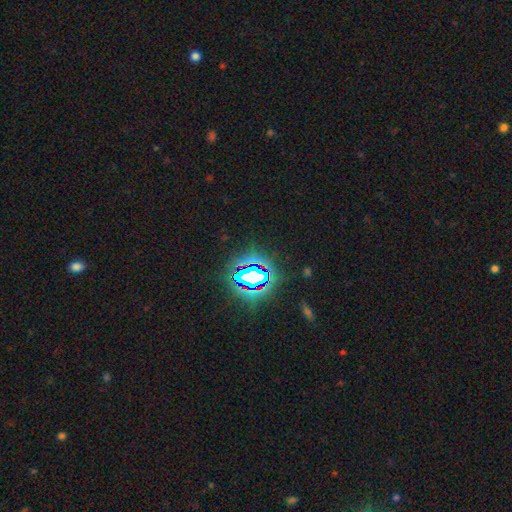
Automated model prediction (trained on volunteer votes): This is clearly a star or artifact rather than a galaxy (85%).